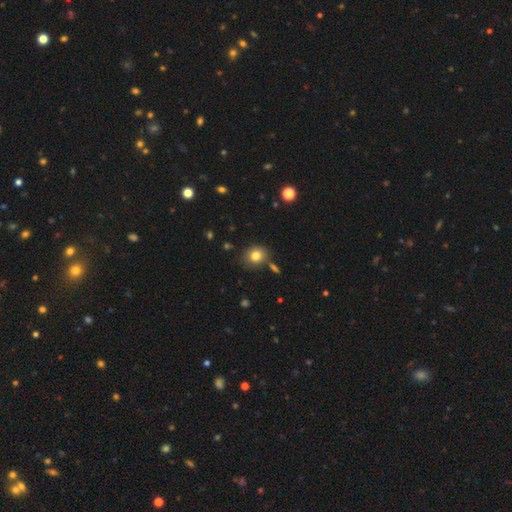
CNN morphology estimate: Smooth or featured?
  - smooth: 80% *
  - star or artifact: 12%
  - featured or disk: 9%
How rounded?
  - round: 69% *
  - in between: 30%
  - cigar-shaped: 1%
Merging?
  - none: 80% *
  - minor disturbance: 11%
  - merger: 6%
  - major disturbance: 3%